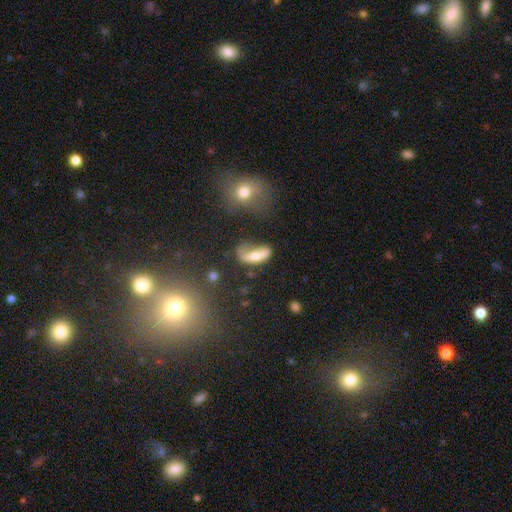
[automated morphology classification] smooth_or_featured: smooth (p=0.59) [alt: featured or disk p=0.30]
how_rounded: in between (p=0.68) [alt: cigar-shaped p=0.28]
merging: none (p=0.31) [alt: major disturbance p=0.30]